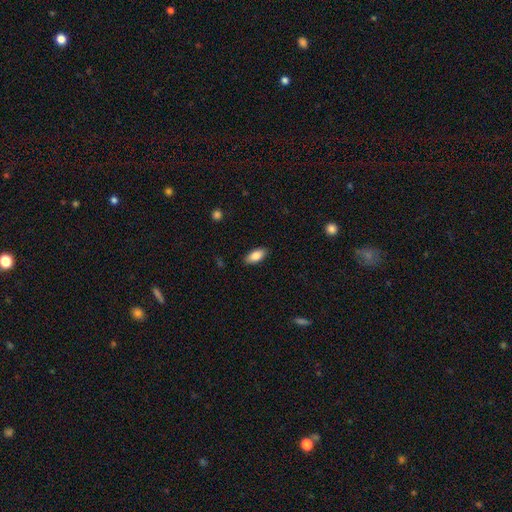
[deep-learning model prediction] Smooth or featured? Predicted: smooth (p=0.85). How rounded? Predicted: in between (p=0.90). Merging? Predicted: none (p=0.88).